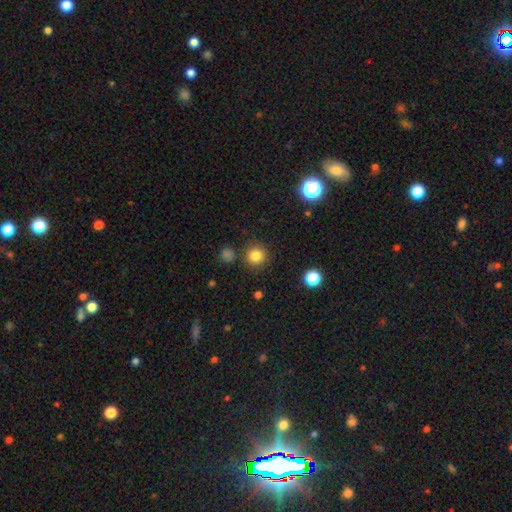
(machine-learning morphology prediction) Smooth or featured? Predicted: smooth (p=0.83). How rounded? Predicted: round (p=0.93). Merging? Predicted: none (p=0.87).